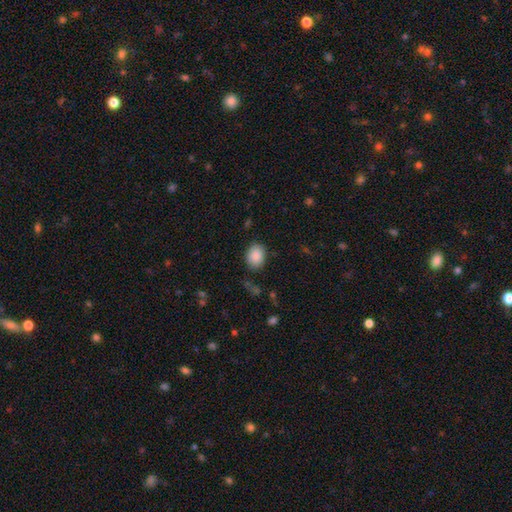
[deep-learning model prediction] Morphology: type=smooth (88%); roundness=in between (60%); merging=none (83%).